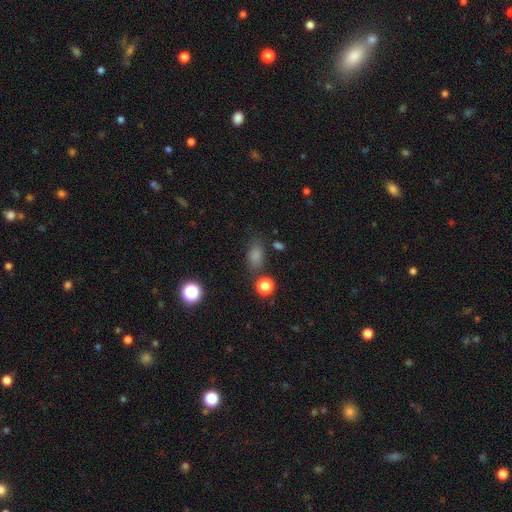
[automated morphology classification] This is likely a smooth galaxy (79%). How rounded: clearly in between (80%). Merging: likely none (72%).